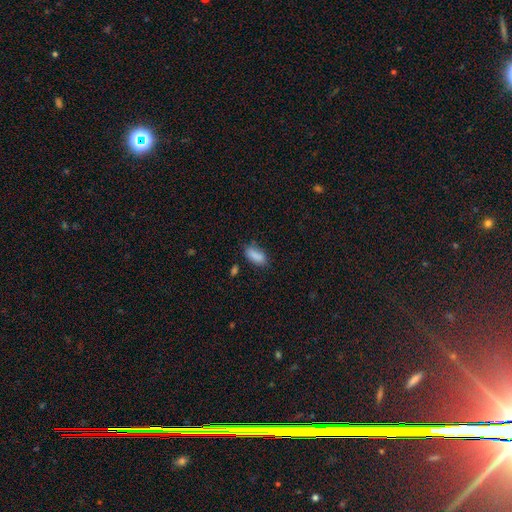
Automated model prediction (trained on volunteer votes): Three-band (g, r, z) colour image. It shows a smooth galaxy with no disk features (86%) that is in between round and cigar-shaped (84%). Merging: none (68%).